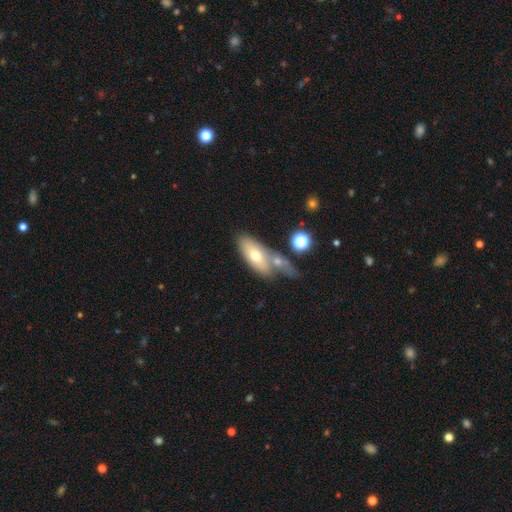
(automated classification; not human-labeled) The model was most divided on "merging": none: 41%, merger: 36%, minor disturbance: 16%, major disturbance: 7%. More confident: how rounded — in between (77%); smooth or featured — smooth (63%).